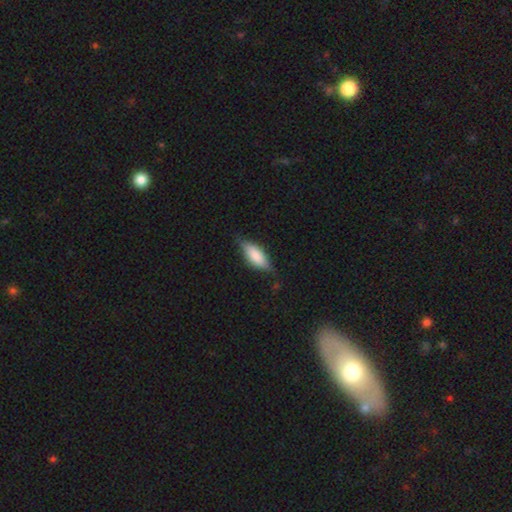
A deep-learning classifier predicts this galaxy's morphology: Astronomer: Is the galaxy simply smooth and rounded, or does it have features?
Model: smooth — 71%.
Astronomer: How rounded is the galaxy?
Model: in between — 71%.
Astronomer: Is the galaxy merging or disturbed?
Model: none — 71%.